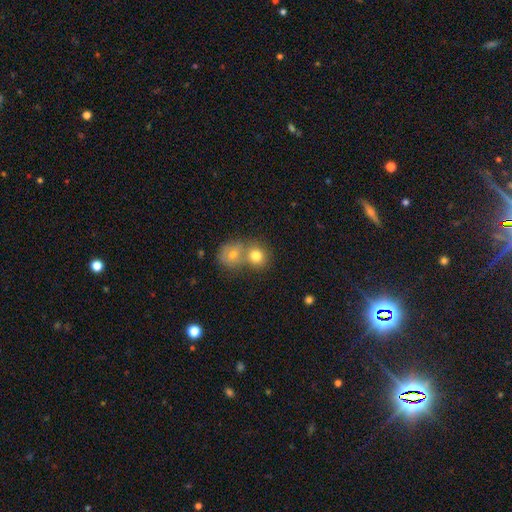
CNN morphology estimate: Smooth or featured?
  - smooth: 78% *
  - featured or disk: 11%
  - star or artifact: 11%
How rounded?
  - round: 79% *
  - in between: 20%
  - cigar-shaped: 1%
Merging?
  - merger: 52% *
  - none: 39%
  - minor disturbance: 7%
  - major disturbance: 3%